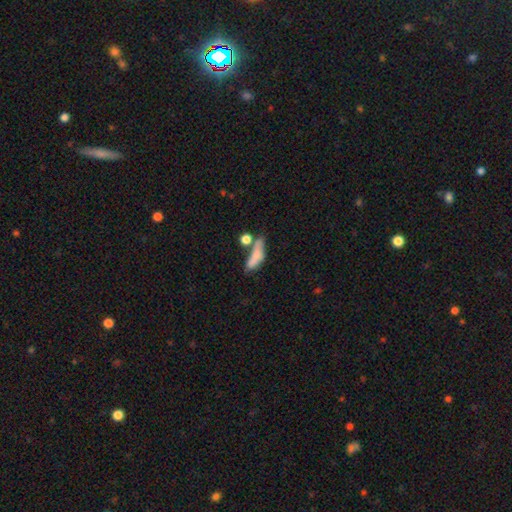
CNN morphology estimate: A smooth galaxy with no disk features (67%) that is in between round and cigar-shaped (52%). Merging: merger (33%).